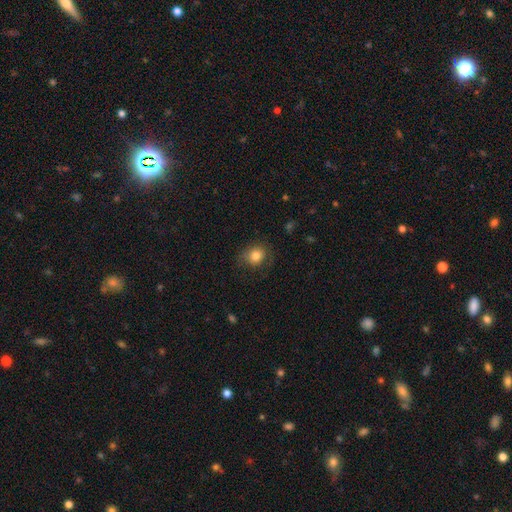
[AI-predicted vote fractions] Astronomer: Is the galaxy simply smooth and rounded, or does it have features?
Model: smooth — 80%.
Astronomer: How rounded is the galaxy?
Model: round — 68%.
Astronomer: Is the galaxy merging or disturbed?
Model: none — 70%.